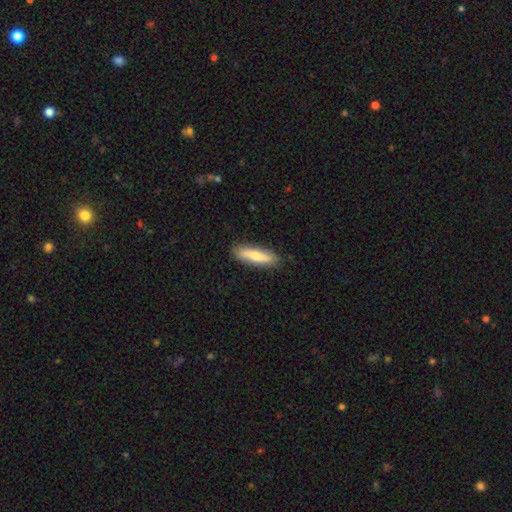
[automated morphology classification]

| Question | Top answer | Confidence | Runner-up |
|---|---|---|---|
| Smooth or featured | smooth | 66% | featured or disk (28%) |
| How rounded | cigar-shaped | 72% | in between (26%) |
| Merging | none | 87% | minor disturbance (10%) |